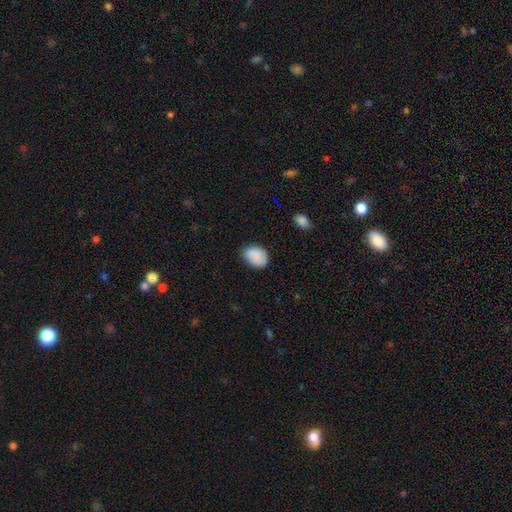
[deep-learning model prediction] This is clearly a smooth galaxy (86%). How rounded: likely in between (68%). Merging: likely none (74%).